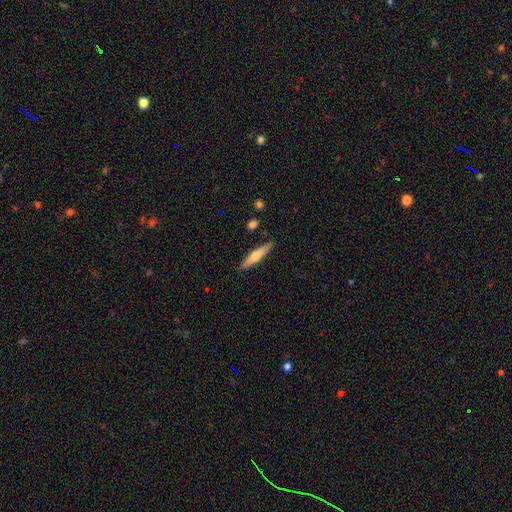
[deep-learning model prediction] smooth_or_featured: featured or disk (p=0.48) [alt: smooth p=0.46]
merging: none (p=0.89) [alt: minor disturbance p=0.08]